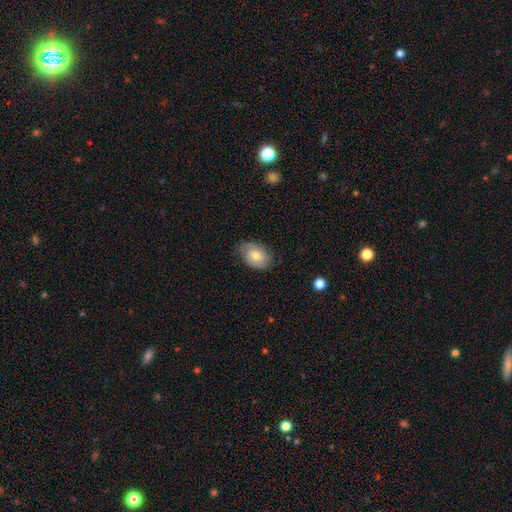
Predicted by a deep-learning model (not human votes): Smooth or featured? Predicted: smooth (p=0.51). How rounded? Predicted: in between (p=0.76). Merging? Predicted: none (p=0.68).